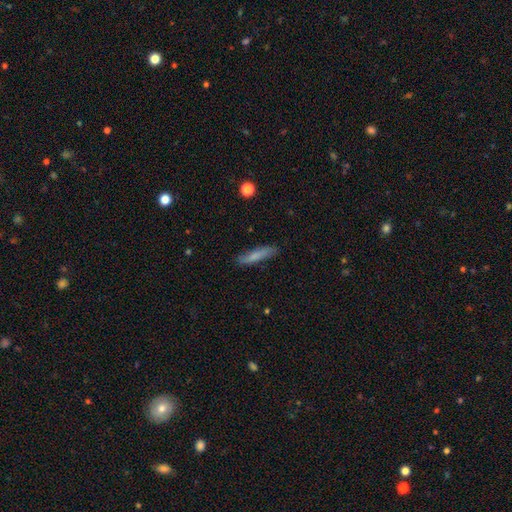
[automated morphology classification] This is likely a smooth galaxy (70%). How rounded: clearly cigar-shaped (86%). Merging: clearly none (81%).